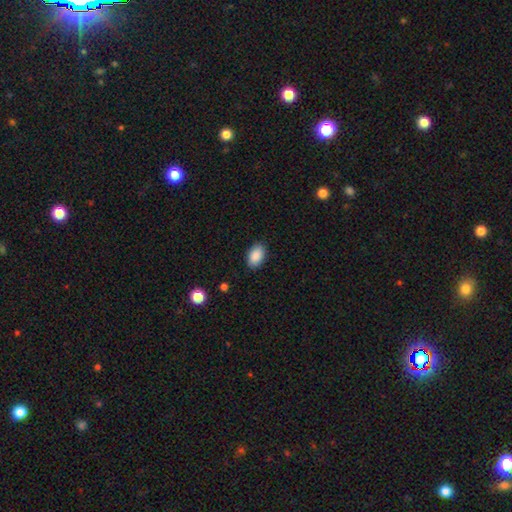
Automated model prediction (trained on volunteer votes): A smooth galaxy with no disk features (89%) that is in between round and cigar-shaped (92%).

Vote fractions:
- Smooth or featured? smooth: 89% / star or artifact: 7% / featured or disk: 4%
- How rounded? in between: 92% / round: 7% / cigar-shaped: 1%
- Merging? none: 87% / minor disturbance: 10% / major disturbance: 2% / merger: 1%